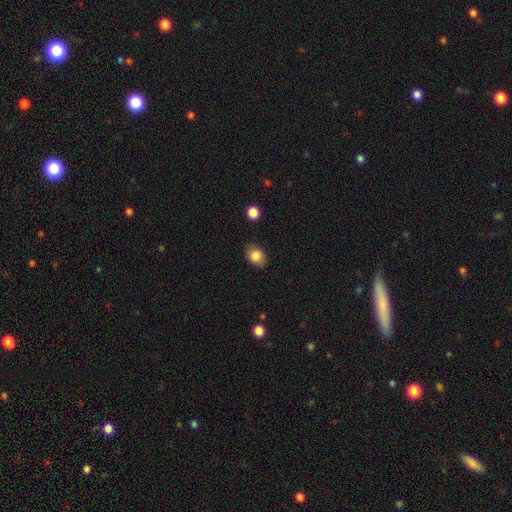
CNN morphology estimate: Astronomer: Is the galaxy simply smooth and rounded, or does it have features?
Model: smooth — 85%.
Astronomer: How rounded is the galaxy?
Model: in between — 71%.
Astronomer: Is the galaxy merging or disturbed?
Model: none — 84%.